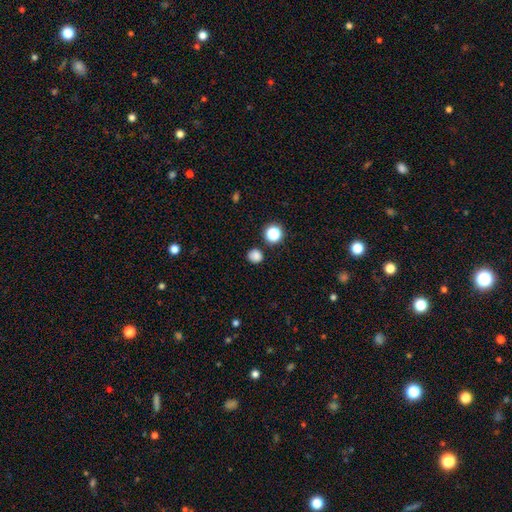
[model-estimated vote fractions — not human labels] smooth-or-featured: smooth: 81% | star or artifact: 15% | featured or disk: 4%
  how-rounded: round: 88% | in between: 11% | cigar-shaped: 1%
  merging: none: 85% | minor disturbance: 9% | merger: 4% | major disturbance: 3%